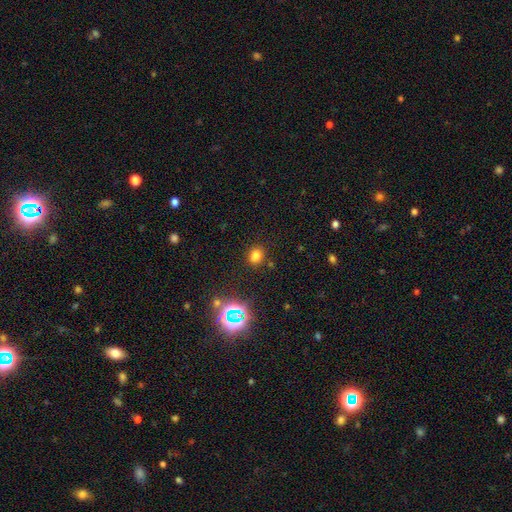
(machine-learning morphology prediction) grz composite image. It shows a smooth galaxy with no disk features (72%) that is round (58%). Merging: none (84%).